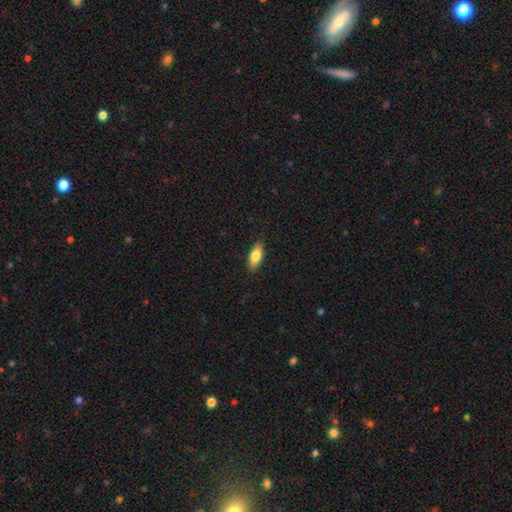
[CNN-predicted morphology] The model was most divided on "how rounded": in between: 79%, cigar-shaped: 19%, round: 3%. More confident: merging — none (88%); smooth or featured — smooth (80%).